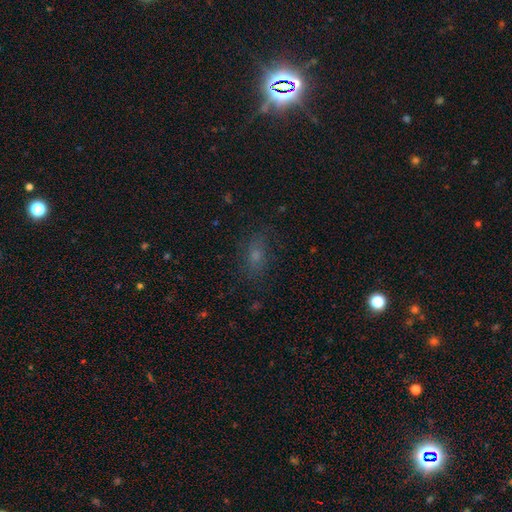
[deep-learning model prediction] Q: Smooth or featured?
A: smooth (58%); runner-up: star or artifact (26%)
Q: How rounded?
A: in between (73%); runner-up: round (21%)
Q: Merging?
A: none (77%); runner-up: minor disturbance (15%)